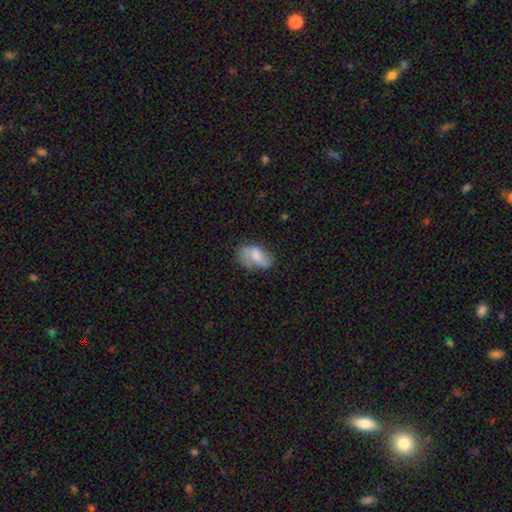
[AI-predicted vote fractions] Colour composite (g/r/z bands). It shows a smooth galaxy with no disk features (64%) that is in between round and cigar-shaped (89%). Merging: none (50%).